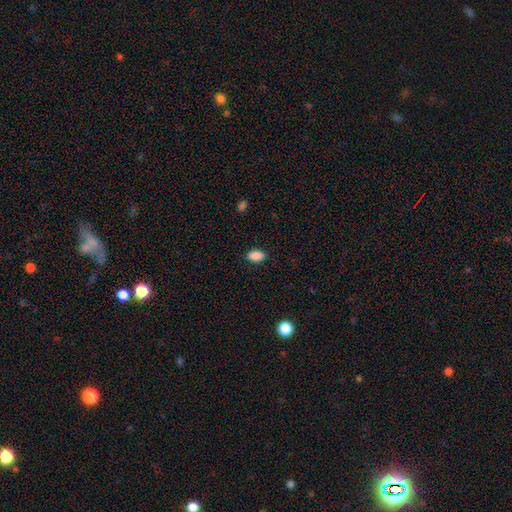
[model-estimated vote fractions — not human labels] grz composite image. It shows a smooth galaxy with no disk features (88%) that is in between round and cigar-shaped (91%). Merging: none (88%).